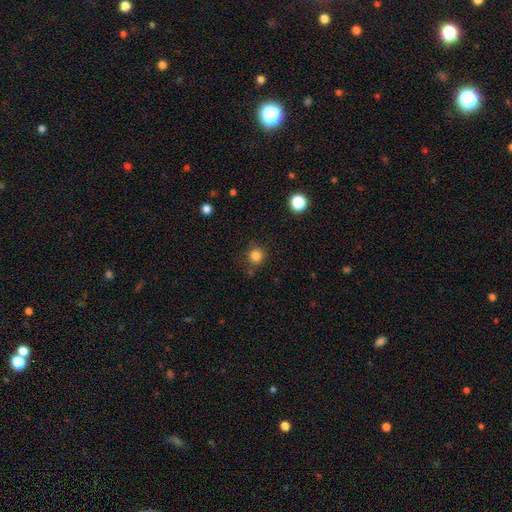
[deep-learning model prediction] This appears to be a smooth galaxy with no disk features (83%) that is round (92%). Merging: none (80%).